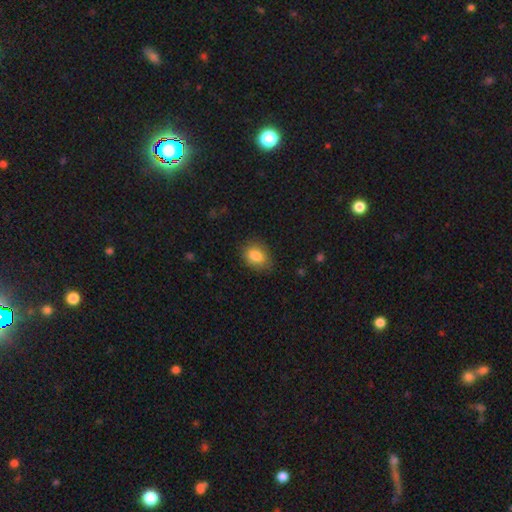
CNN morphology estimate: Smooth or featured: smooth — 85% (star or artifact — 8%)
How rounded: in between — 72% (round — 27%)
Merging: none — 77% (minor disturbance — 18%)